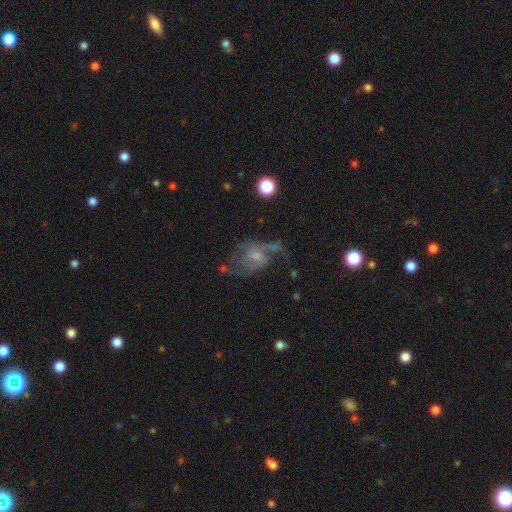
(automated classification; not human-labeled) Q: Smooth or featured?
A: featured or disk (68%); runner-up: smooth (20%)
Q: Edge-on disk?
A: no (97%); runner-up: yes (3%)
Q: Bar?
A: no (57%); runner-up: weak (37%)
Q: Spiral arms?
A: yes (77%); runner-up: no (23%)
Q: Spiral winding?
A: loose (47%); runner-up: medium (40%)
Q: Spiral arm count?
A: 2 (58%); runner-up: can't tell (19%)
Q: Bulge size?
A: small (55%); runner-up: moderate (24%)
Q: Merging?
A: none (37%); runner-up: major disturbance (35%)